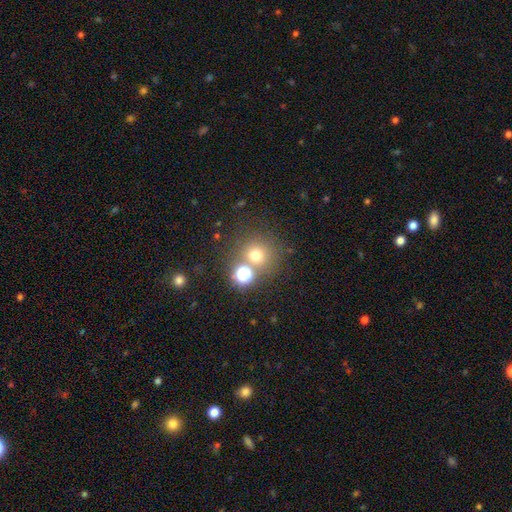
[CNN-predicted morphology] A smooth galaxy with no disk features (68%) that is round (90%). Merging: none (68%).